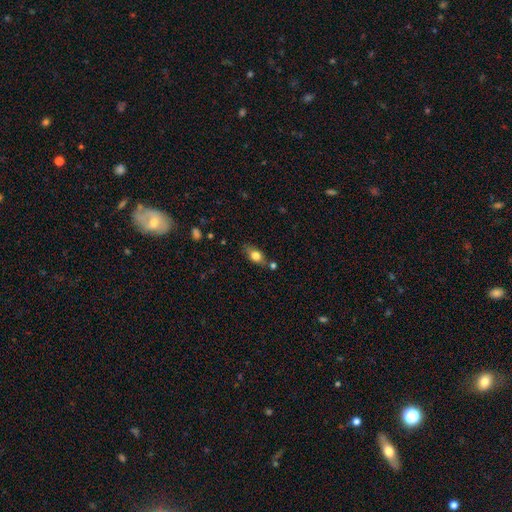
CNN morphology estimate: This appears to be a smooth galaxy with no disk features (71%) that is in between round and cigar-shaped (76%). Merging: none (66%).